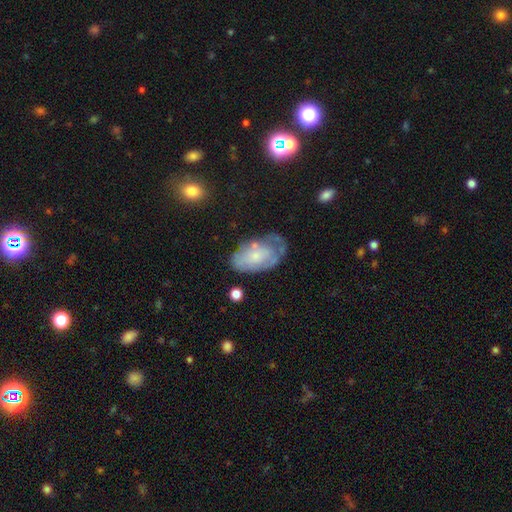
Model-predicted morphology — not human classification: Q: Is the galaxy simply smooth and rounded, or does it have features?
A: smooth — 48%.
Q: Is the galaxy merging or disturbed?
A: none — 43%.